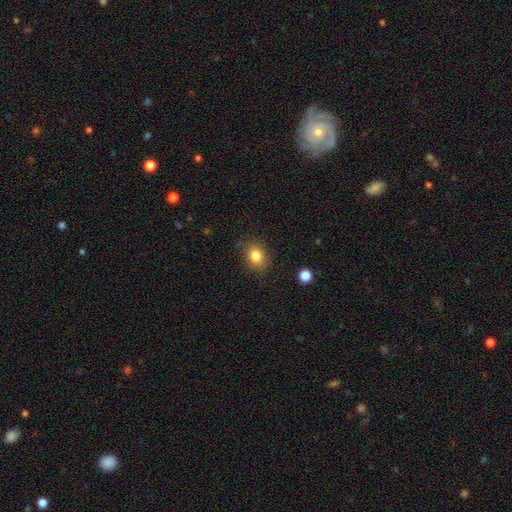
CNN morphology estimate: A smooth galaxy with no disk features (83%) that is round (51%).

Vote fractions:
- Smooth or featured? smooth: 83% / star or artifact: 11% / featured or disk: 7%
- How rounded? round: 51% / in between: 48% / cigar-shaped: 1%
- Merging? none: 83% / minor disturbance: 13% / major disturbance: 3% / merger: 1%